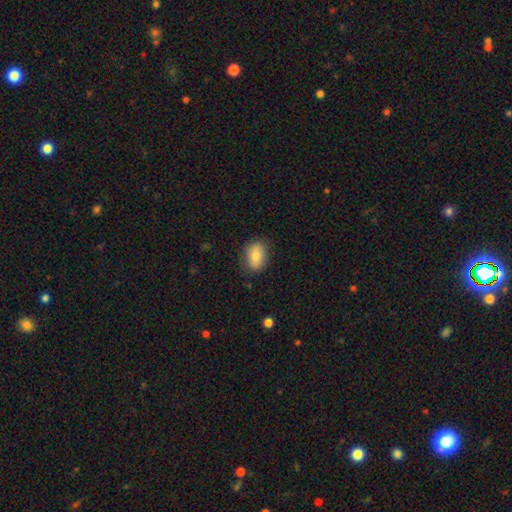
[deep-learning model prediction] smooth-or-featured: smooth: 80% | featured or disk: 13% | star or artifact: 8%
  how-rounded: in between: 80% | round: 18% | cigar-shaped: 1%
  merging: none: 80% | minor disturbance: 15% | major disturbance: 4% | merger: 1%